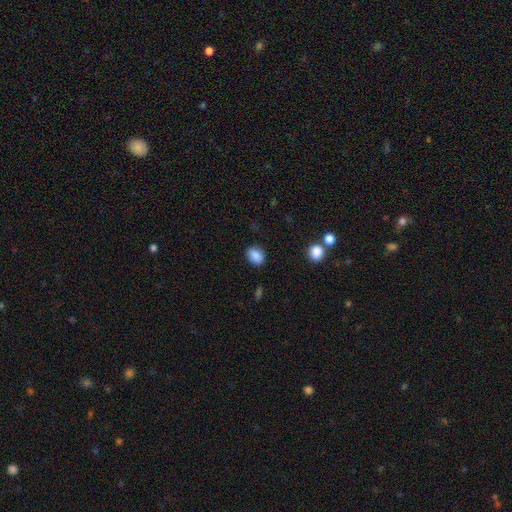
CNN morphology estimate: Smooth or featured? smooth (85%)
How rounded? in between (65%)
Merging? none (84%)